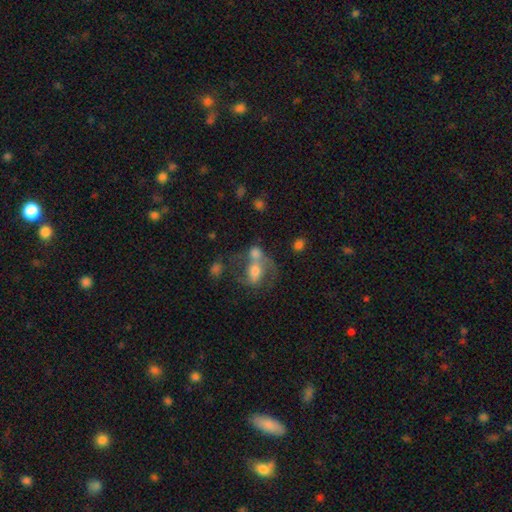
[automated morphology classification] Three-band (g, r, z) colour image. It shows a featured or disk galaxy (51%). Merging: merger (49%).